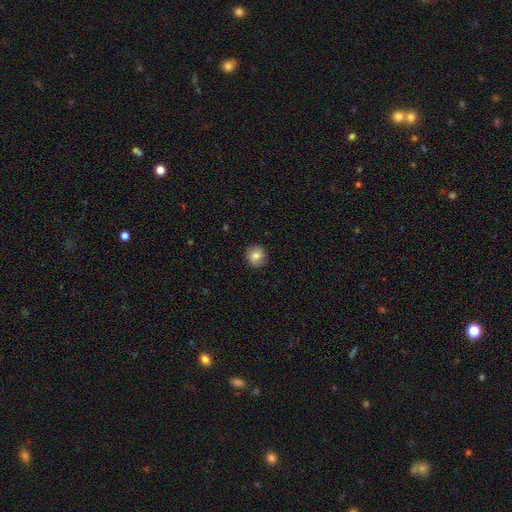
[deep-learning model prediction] A smooth galaxy with no disk features (82%) that is round (91%).

Vote fractions:
- Smooth or featured? smooth: 82% / star or artifact: 9% / featured or disk: 9%
- How rounded? round: 91% / in between: 8% / cigar-shaped: 1%
- Merging? none: 89% / minor disturbance: 8% / major disturbance: 2% / merger: 1%